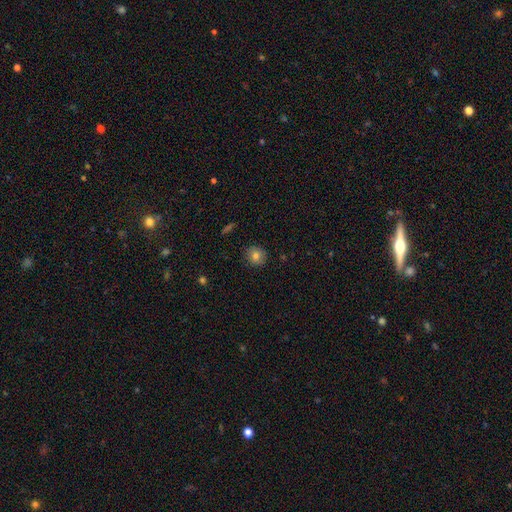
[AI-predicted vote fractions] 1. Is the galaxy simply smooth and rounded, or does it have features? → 80% smooth, 11% star or artifact, 9% featured or disk.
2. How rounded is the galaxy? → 87% round, 12% in between, 1% cigar-shaped.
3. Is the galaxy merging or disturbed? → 89% none, 8% minor disturbance, 2% major disturbance, 1% merger.